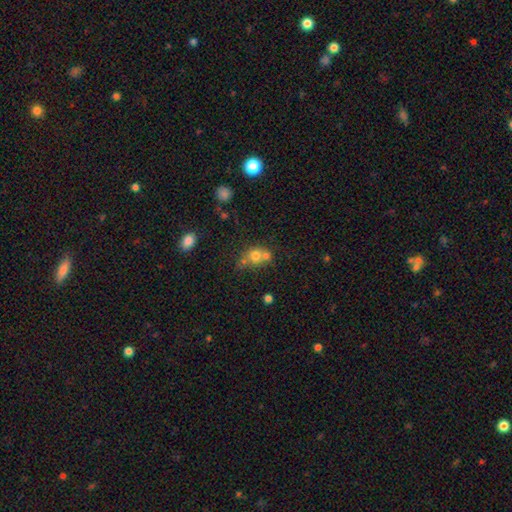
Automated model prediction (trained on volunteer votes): Q: Smooth or featured?
A: smooth (70%); runner-up: featured or disk (16%)
Q: How rounded?
A: round (75%); runner-up: in between (24%)
Q: Merging?
A: merger (50%); runner-up: none (37%)